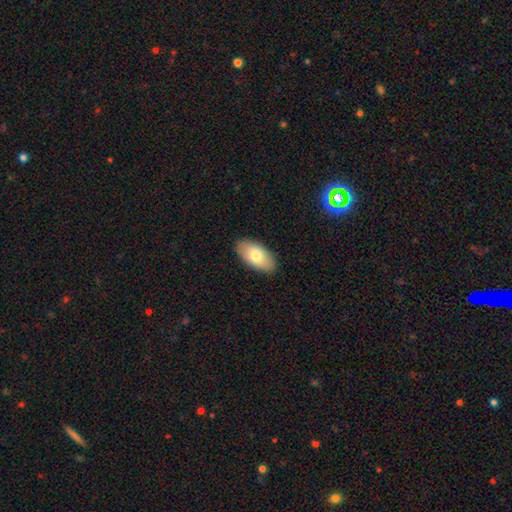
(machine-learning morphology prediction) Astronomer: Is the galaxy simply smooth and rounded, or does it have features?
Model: smooth — 76%.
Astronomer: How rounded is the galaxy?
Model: in between — 94%.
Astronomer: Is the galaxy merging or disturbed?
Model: none — 89%.